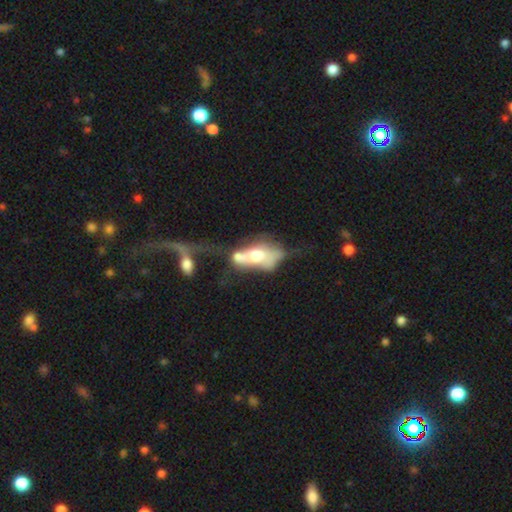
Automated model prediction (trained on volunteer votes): Smooth or featured: featured or disk — 47% (smooth — 44%)
Merging: merger — 51% (major disturbance — 28%)